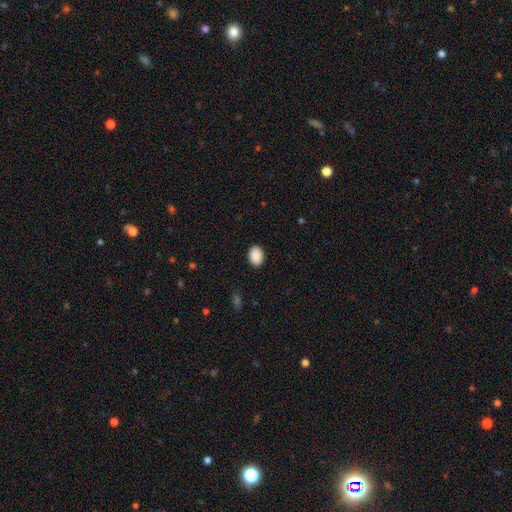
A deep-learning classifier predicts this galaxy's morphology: Smooth or featured?
  - smooth: 90% *
  - star or artifact: 7%
  - featured or disk: 2%
How rounded?
  - in between: 71% *
  - round: 28%
  - cigar-shaped: 1%
Merging?
  - none: 90% *
  - minor disturbance: 7%
  - major disturbance: 2%
  - merger: 1%